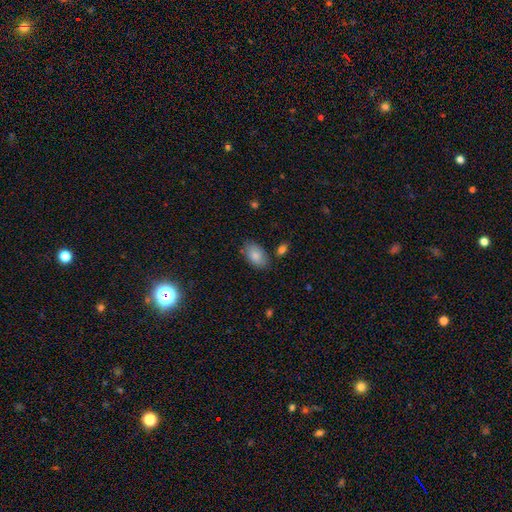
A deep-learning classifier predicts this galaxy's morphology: A smooth galaxy with no disk features (84%) that is in between round and cigar-shaped (93%).

Vote fractions:
- Smooth or featured? smooth: 84% / featured or disk: 10% / star or artifact: 7%
- How rounded? in between: 93% / round: 5% / cigar-shaped: 1%
- Merging? none: 78% / minor disturbance: 15% / merger: 4% / major disturbance: 3%